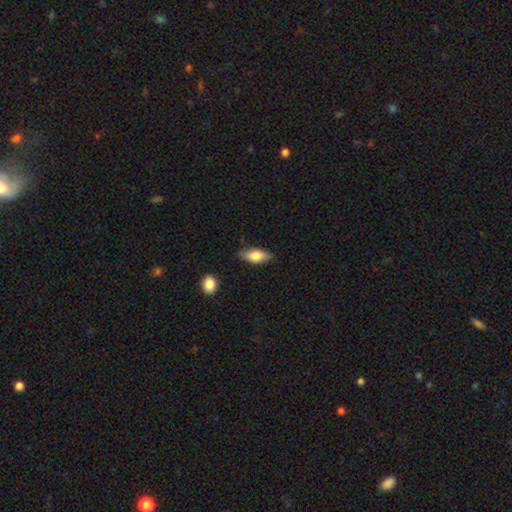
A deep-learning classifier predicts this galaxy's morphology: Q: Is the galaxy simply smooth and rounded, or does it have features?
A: smooth — 80%.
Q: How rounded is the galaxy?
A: in between — 84%.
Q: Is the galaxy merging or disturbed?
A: none — 79%.